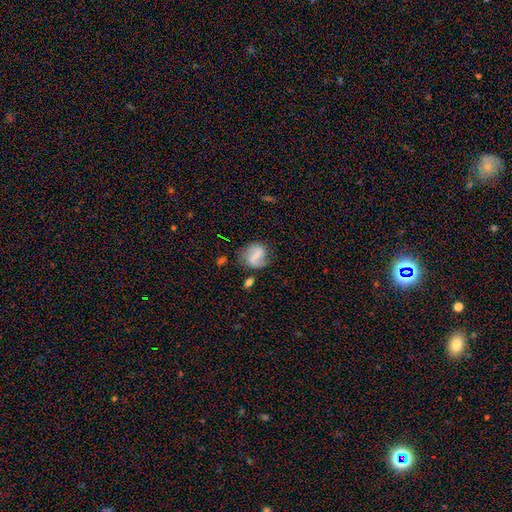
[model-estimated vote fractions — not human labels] Smooth or featured: featured or disk — 56% (smooth — 34%)
Edge-on disk: no — 97% (yes — 3%)
Bar: strong — 41% (weak — 36%)
Spiral arms: yes — 82% (no — 18%)
Bulge size: none — 58% (small — 24%)
Merging: none — 61% (minor disturbance — 21%)